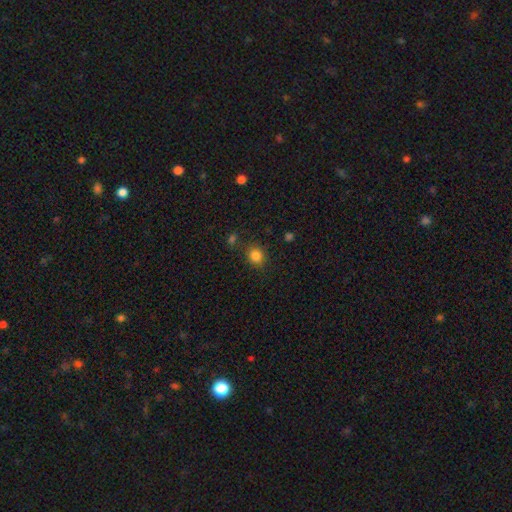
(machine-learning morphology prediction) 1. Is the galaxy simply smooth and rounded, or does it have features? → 83% smooth, 12% star or artifact, 5% featured or disk.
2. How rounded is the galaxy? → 77% round, 22% in between, 1% cigar-shaped.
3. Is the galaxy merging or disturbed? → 84% none, 10% minor disturbance, 4% merger, 3% major disturbance.